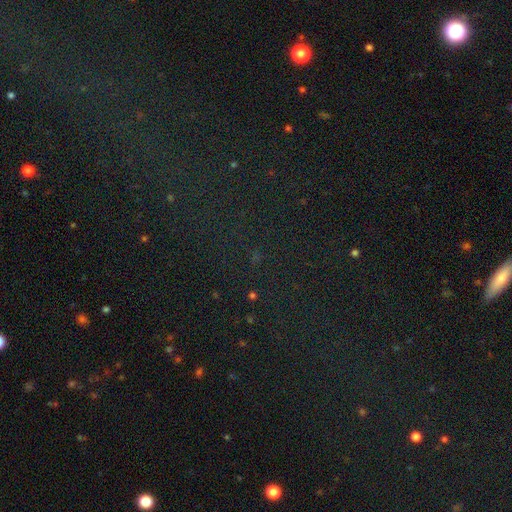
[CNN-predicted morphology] This is likely a star or artifact rather than a galaxy (79%).